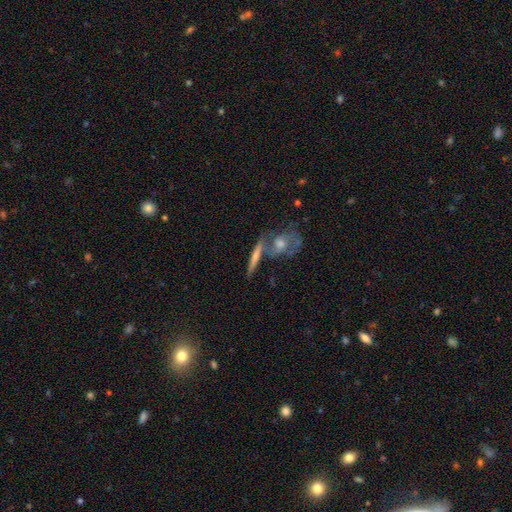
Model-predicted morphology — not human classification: This appears to be a featured or disk galaxy (59%) viewed edge-on (78%). Merging: none (56%).